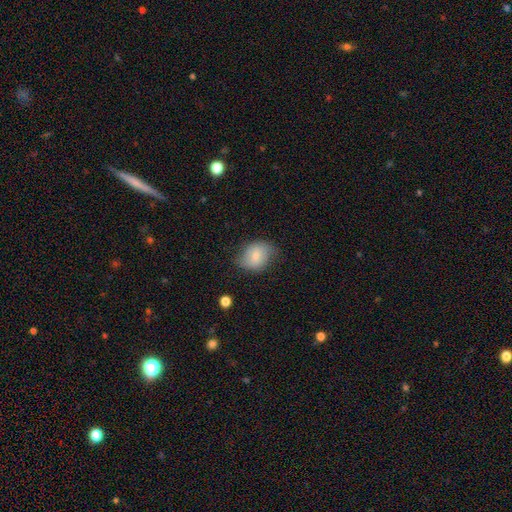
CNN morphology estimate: Q: Smooth or featured?
A: smooth (70%); runner-up: featured or disk (22%)
Q: How rounded?
A: in between (58%); runner-up: round (41%)
Q: Merging?
A: none (63%); runner-up: minor disturbance (28%)